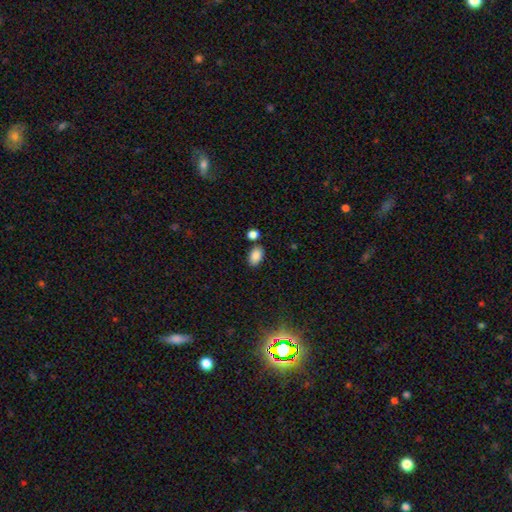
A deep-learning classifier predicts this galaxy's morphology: Smooth or featured? Predicted: smooth (p=0.87). How rounded? Predicted: in between (p=0.90). Merging? Predicted: none (p=0.76).